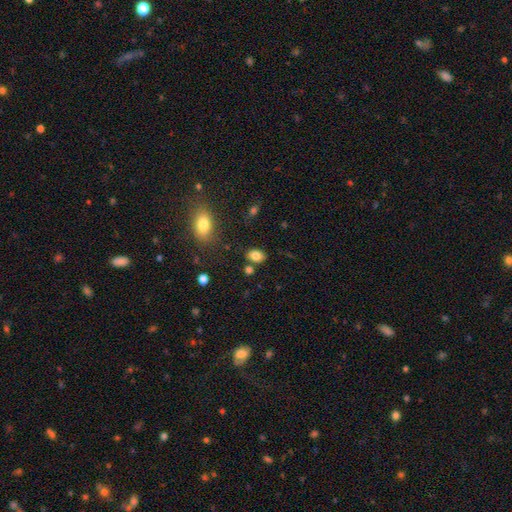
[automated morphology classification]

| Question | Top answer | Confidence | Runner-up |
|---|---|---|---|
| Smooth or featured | smooth | 82% | star or artifact (10%) |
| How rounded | in between | 80% | round (19%) |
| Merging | none | 78% | minor disturbance (12%) |